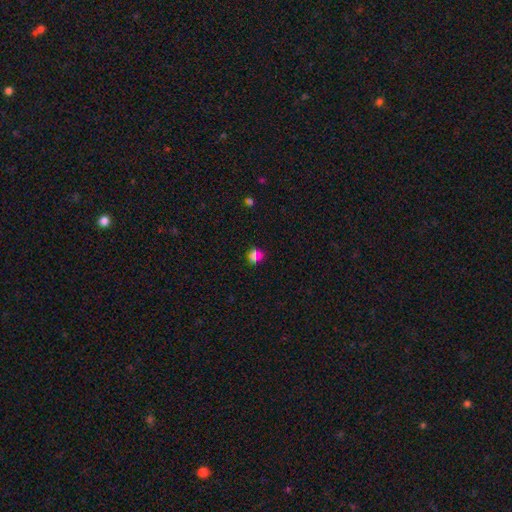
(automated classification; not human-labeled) A smooth galaxy with no disk features (64%) that is round (70%). Merging: none (80%).